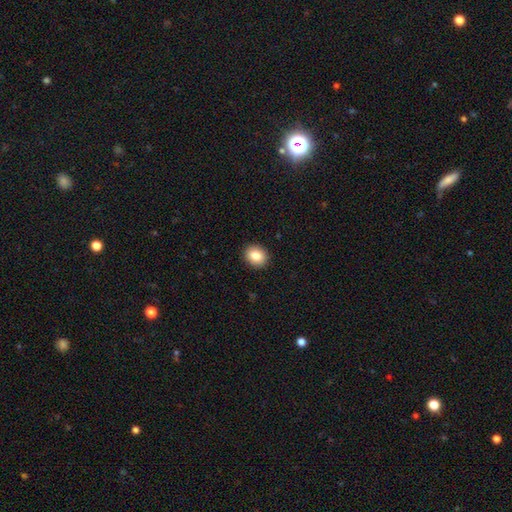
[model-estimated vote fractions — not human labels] The model was most divided on "how rounded": round: 62%, in between: 37%, cigar-shaped: 1%. More confident: merging — none (92%); smooth or featured — smooth (85%).